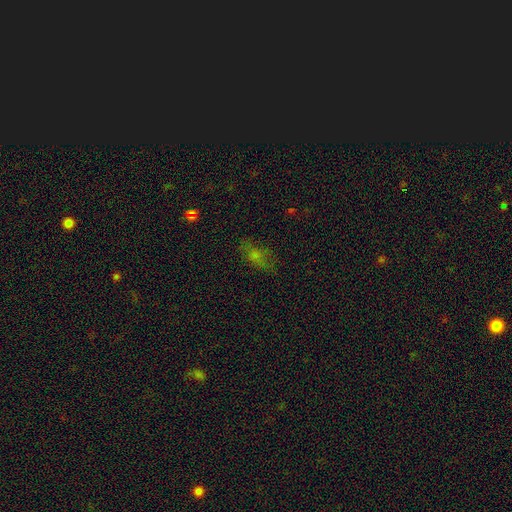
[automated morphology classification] smooth 62%, star or artifact 21%, featured or disk 18%. Down the decision tree: how rounded — in between (79%); merging — none (64%).